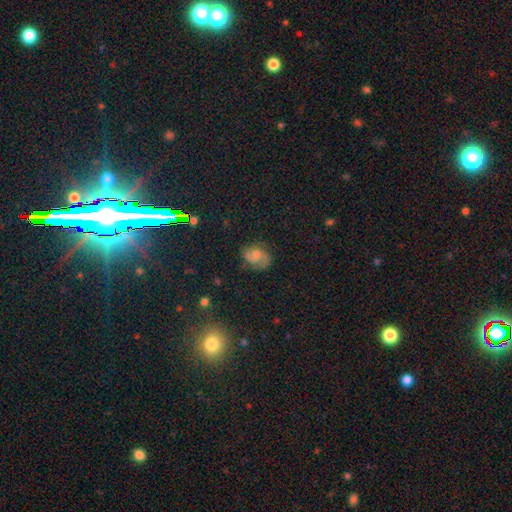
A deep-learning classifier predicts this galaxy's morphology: This appears to be a featured or disk galaxy (59%) with no bar (60%), 2 (81%) medium (50%) spiral arms (89%) and a moderate central bulge (40%). Merging: none (66%).